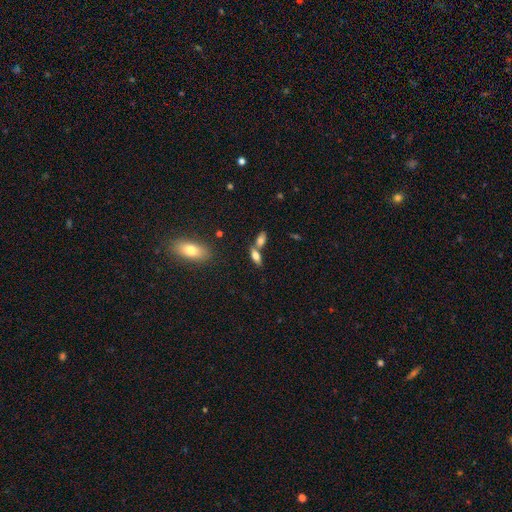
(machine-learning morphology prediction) The model was most divided on "merging": merger: 45%, none: 42%, minor disturbance: 10%, major disturbance: 4%. More confident: how rounded — in between (73%); smooth or featured — smooth (70%).